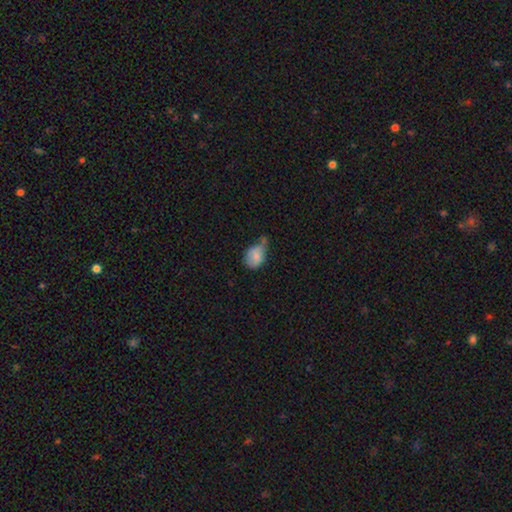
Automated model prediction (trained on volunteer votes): A smooth galaxy with no disk features (77%) that is in between round and cigar-shaped (67%).

Vote fractions:
- Smooth or featured? smooth: 77% / featured or disk: 14% / star or artifact: 8%
- How rounded? in between: 67% / round: 31% / cigar-shaped: 1%
- Merging? minor disturbance: 38% / none: 32% / merger: 16% / major disturbance: 14%